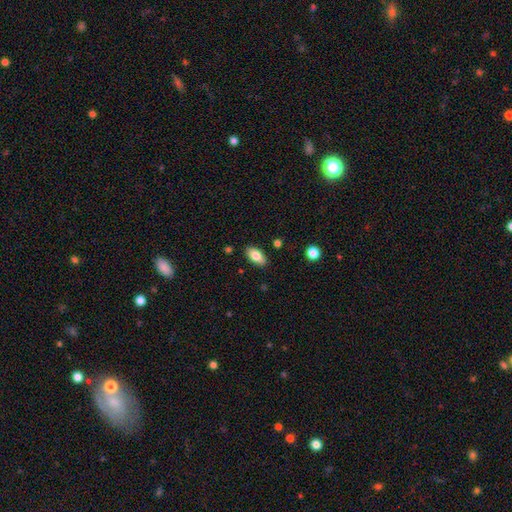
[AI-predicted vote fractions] Q: Smooth or featured?
A: smooth (81%); runner-up: featured or disk (12%)
Q: How rounded?
A: in between (92%); runner-up: cigar-shaped (5%)
Q: Merging?
A: none (87%); runner-up: minor disturbance (9%)